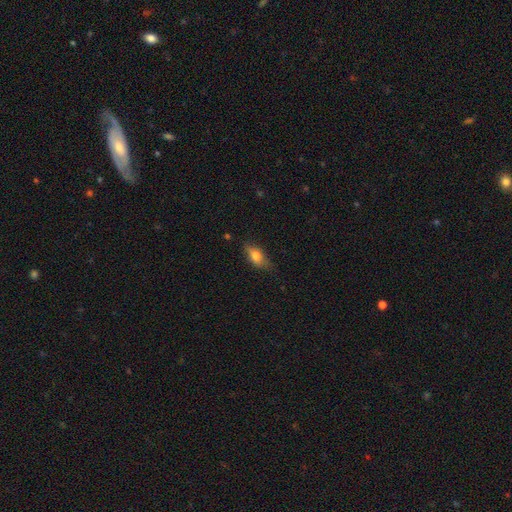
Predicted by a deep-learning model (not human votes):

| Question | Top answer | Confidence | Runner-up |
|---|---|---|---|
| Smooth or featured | smooth | 68% | featured or disk (24%) |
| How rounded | in between | 77% | cigar-shaped (17%) |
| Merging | none | 73% | minor disturbance (21%) |